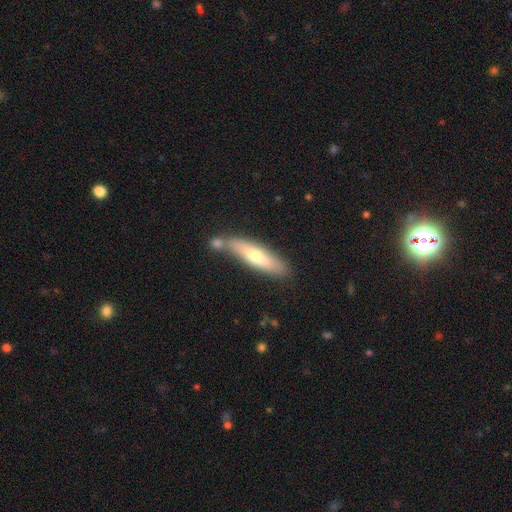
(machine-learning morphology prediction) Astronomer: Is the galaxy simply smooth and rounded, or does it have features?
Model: smooth — 58% (runner-up: featured or disk, 36%).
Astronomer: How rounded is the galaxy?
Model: cigar-shaped — 68%.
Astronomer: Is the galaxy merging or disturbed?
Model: none — 64%.